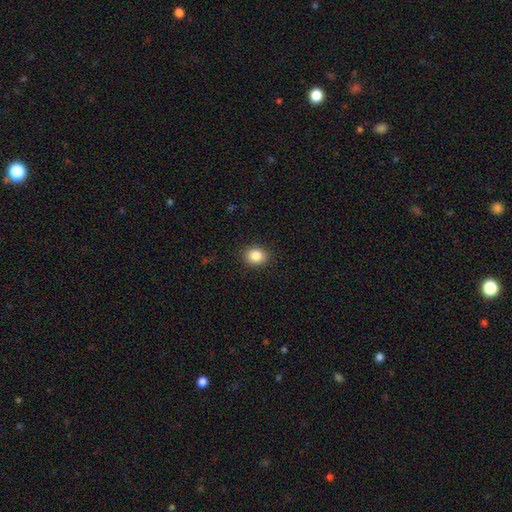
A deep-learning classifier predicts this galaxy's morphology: smooth-or-featured: smooth: 86% | star or artifact: 9% | featured or disk: 5%
  how-rounded: round: 58% | in between: 41% | cigar-shaped: 1%
  merging: none: 89% | minor disturbance: 8% | major disturbance: 2% | merger: 1%